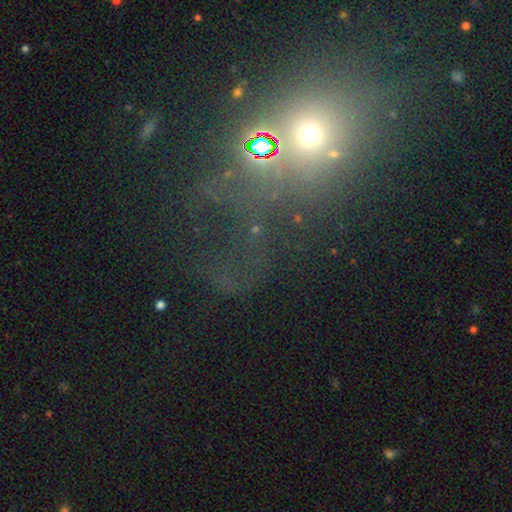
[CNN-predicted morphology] This is possibly a star or artifact rather than a galaxy (52%).